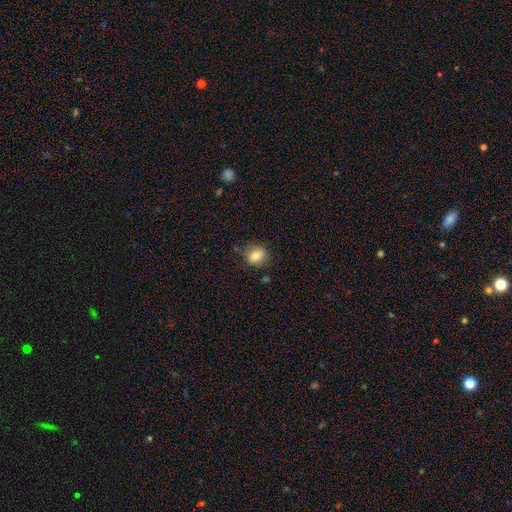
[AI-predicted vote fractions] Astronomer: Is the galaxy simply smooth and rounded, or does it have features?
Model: smooth — 82%.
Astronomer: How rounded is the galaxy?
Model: round — 60% (runner-up: in between, 39%).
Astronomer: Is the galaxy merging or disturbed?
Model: none — 73%.